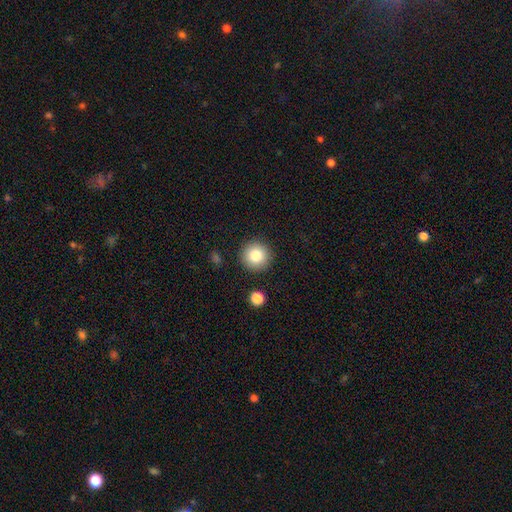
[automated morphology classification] A smooth galaxy with no disk features (81%) that is round (96%).

Vote fractions:
- Smooth or featured? smooth: 81% / star or artifact: 10% / featured or disk: 9%
- How rounded? round: 96% / in between: 3% / cigar-shaped: 1%
- Merging? none: 90% / minor disturbance: 6% / merger: 2% / major disturbance: 2%